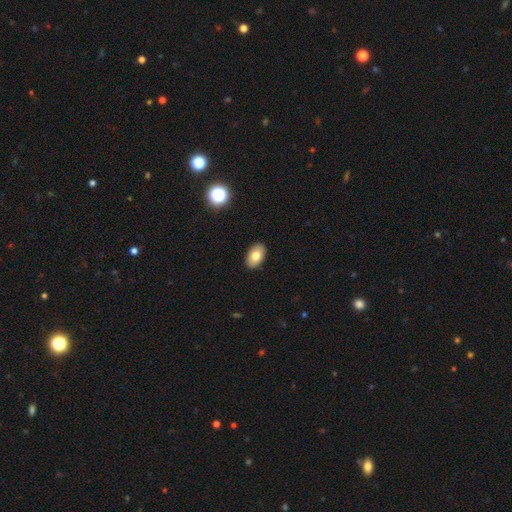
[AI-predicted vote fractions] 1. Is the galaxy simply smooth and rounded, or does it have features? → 78% smooth, 14% featured or disk, 9% star or artifact.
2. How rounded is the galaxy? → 92% in between, 6% round, 1% cigar-shaped.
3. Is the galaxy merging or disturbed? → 90% none, 7% minor disturbance, 2% major disturbance, 1% merger.